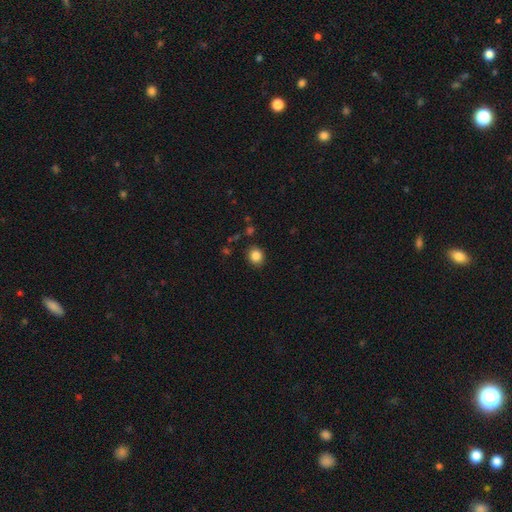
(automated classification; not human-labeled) smooth-or-featured: smooth: 85% | star or artifact: 10% | featured or disk: 4%
  how-rounded: round: 78% | in between: 21% | cigar-shaped: 1%
  merging: none: 88% | minor disturbance: 8% | major disturbance: 2% | merger: 2%